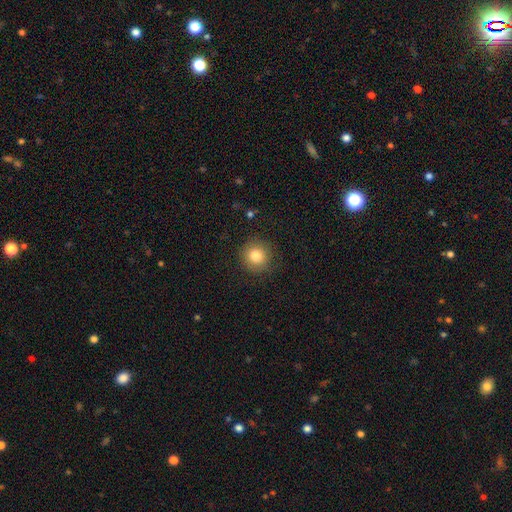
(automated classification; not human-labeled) Smooth or featured? Predicted: smooth (p=0.82). How rounded? Predicted: round (p=0.92). Merging? Predicted: none (p=0.86).